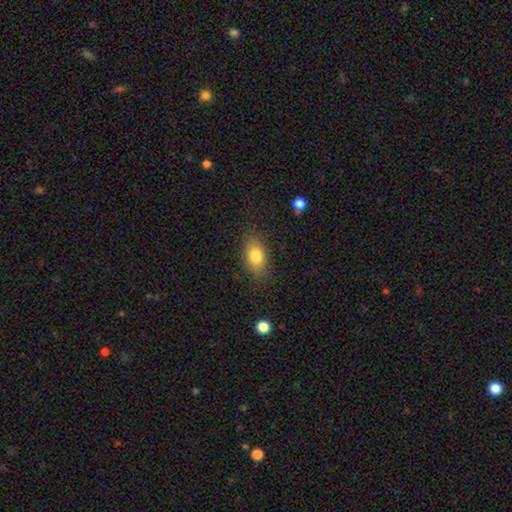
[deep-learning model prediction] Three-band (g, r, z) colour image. It shows a smooth galaxy with no disk features (80%) that is in between round and cigar-shaped (85%). Merging: none (83%).